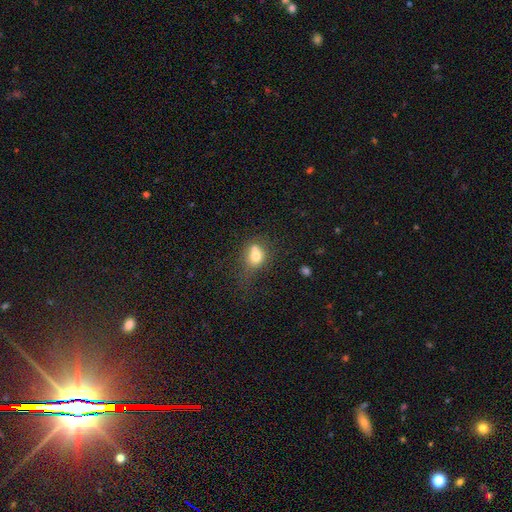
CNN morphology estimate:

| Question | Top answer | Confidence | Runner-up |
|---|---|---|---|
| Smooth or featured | smooth | 71% | featured or disk (17%) |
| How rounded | round | 61% | in between (38%) |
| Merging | merger | 36% | tied: none (36%) |